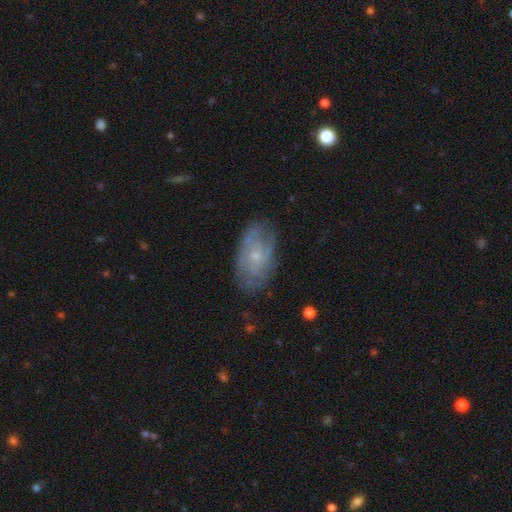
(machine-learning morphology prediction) Q: Smooth or featured?
A: featured or disk (59%); runner-up: smooth (33%)
Q: Edge-on disk?
A: no (94%); runner-up: yes (6%)
Q: Bar?
A: no (82%); runner-up: weak (15%)
Q: Spiral arms?
A: yes (63%); runner-up: no (37%)
Q: Bulge size?
A: small (75%); runner-up: moderate (19%)
Q: Merging?
A: none (71%); runner-up: minor disturbance (21%)